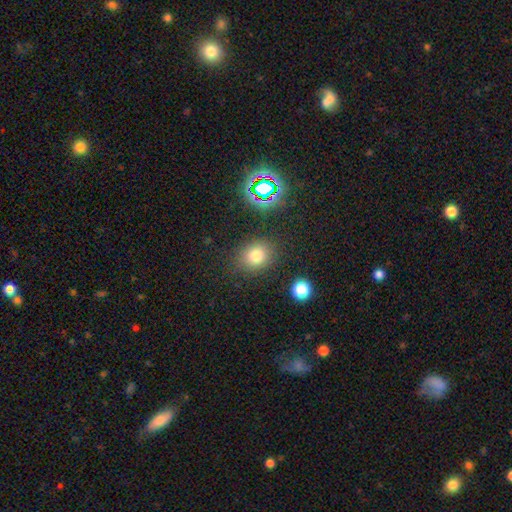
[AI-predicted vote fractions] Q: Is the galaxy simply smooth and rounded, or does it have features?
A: smooth — 75%.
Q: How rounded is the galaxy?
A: round — 62%.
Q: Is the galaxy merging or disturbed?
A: none — 83%.